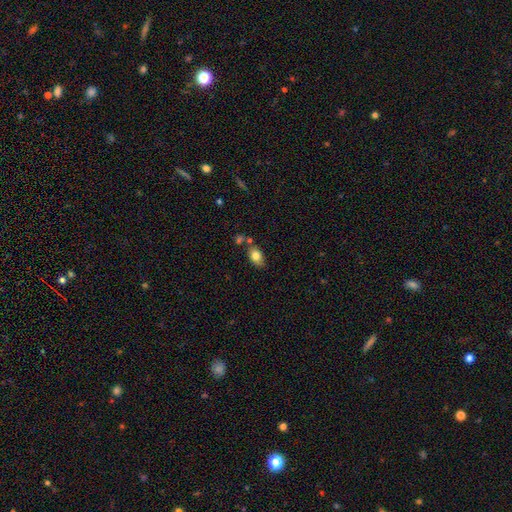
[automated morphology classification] Smooth or featured? smooth (80%)
How rounded? in between (83%)
Merging? none (66%)